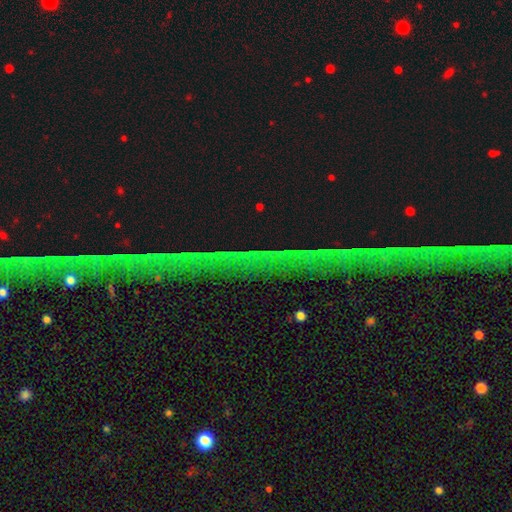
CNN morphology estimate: smooth-or-featured: star or artifact: 85% | featured or disk: 9% | smooth: 6%